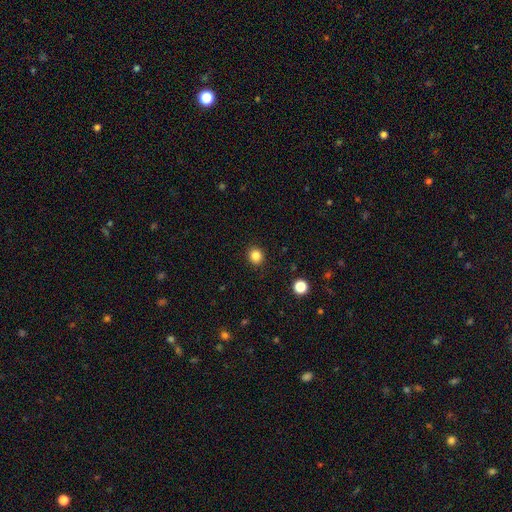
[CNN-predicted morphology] smooth-or-featured: smooth: 84% | star or artifact: 12% | featured or disk: 4%
  how-rounded: round: 86% | in between: 13% | cigar-shaped: 1%
  merging: none: 92% | minor disturbance: 5% | major disturbance: 2% | merger: 1%